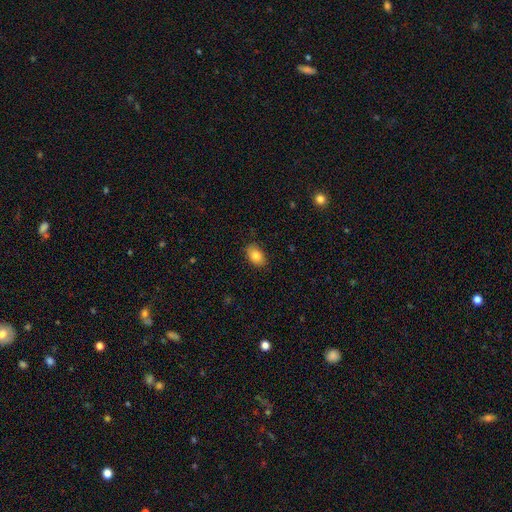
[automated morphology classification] Smooth or featured: smooth — 85% (star or artifact — 8%)
How rounded: in between — 86% (round — 13%)
Merging: none — 86% (minor disturbance — 11%)